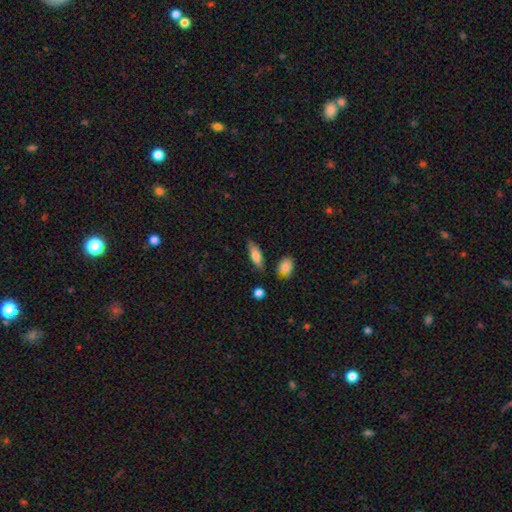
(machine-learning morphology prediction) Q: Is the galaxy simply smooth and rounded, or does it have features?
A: smooth — 73%.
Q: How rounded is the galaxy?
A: in between — 61%.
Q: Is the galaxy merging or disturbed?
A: none — 79%.